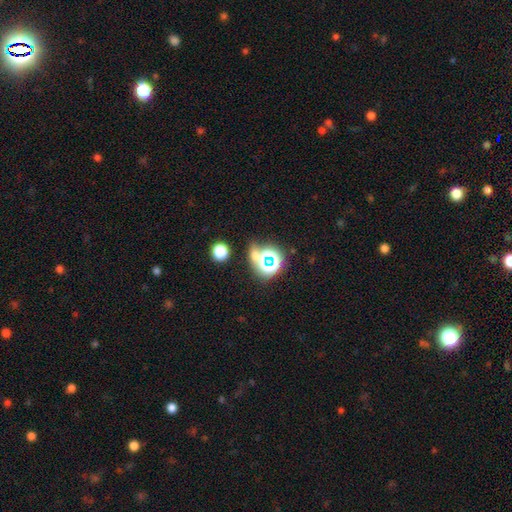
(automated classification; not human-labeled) smooth-or-featured: star or artifact: 51% | smooth: 39% | featured or disk: 10%